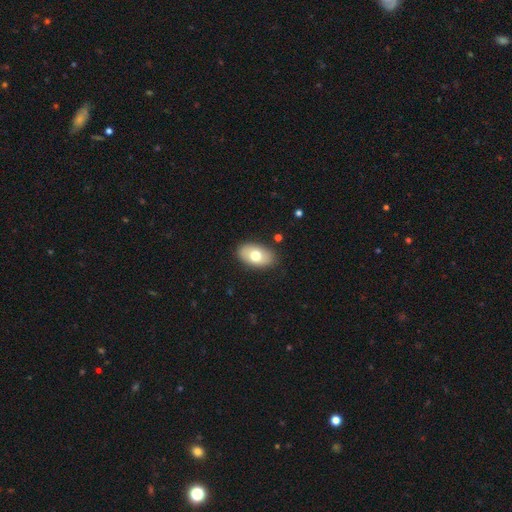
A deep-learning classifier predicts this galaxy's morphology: Smooth or featured? Predicted: smooth (p=0.71). How rounded? Predicted: in between (p=0.92). Merging? Predicted: none (p=0.85).